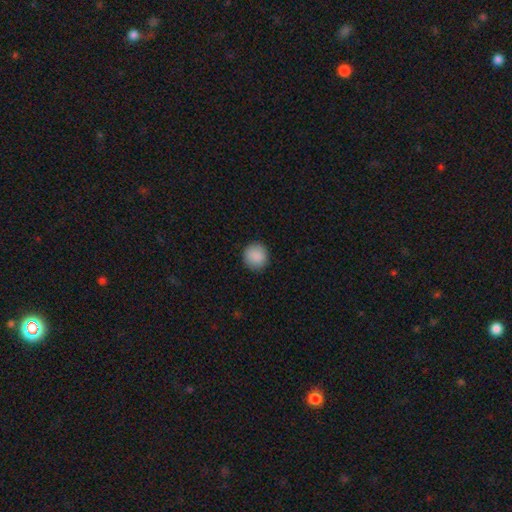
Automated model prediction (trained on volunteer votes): A smooth galaxy with no disk features (89%) that is round (93%). Merging: none (90%).